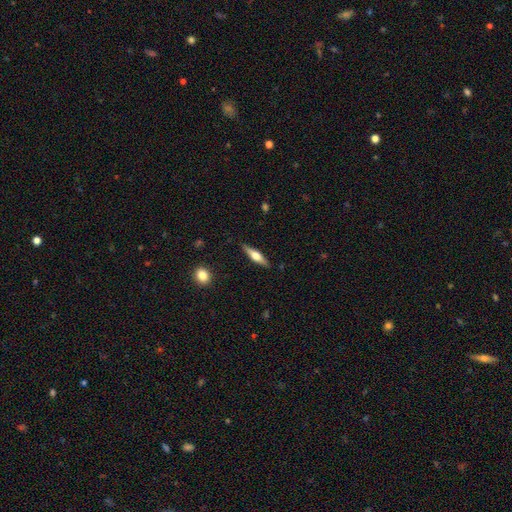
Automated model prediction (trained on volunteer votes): A featured or disk galaxy (57%) viewed edge-on (95%) with a rounded central bulge (91%).

Vote fractions:
- Smooth or featured? featured or disk: 57% / smooth: 38% / star or artifact: 6%
- Edge-on disk? yes: 95% / no: 5%
- Edge-on bulge? rounded: 91% / boxy: 7% / none: 3%
- Merging? none: 88% / minor disturbance: 9% / major disturbance: 2% / merger: 1%